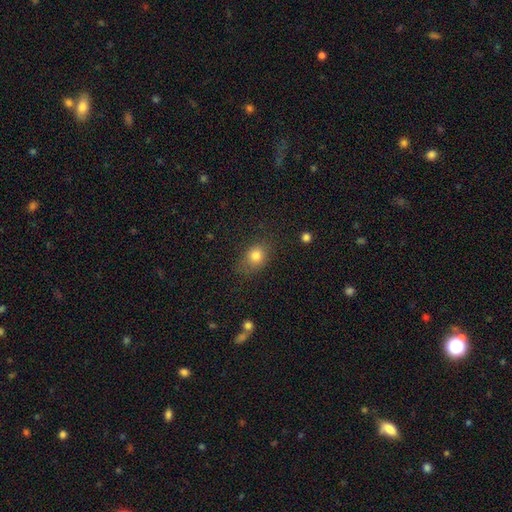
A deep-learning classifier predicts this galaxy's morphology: A smooth galaxy with no disk features (80%) that is in between round and cigar-shaped (51%).

Vote fractions:
- Smooth or featured? smooth: 80% / star or artifact: 11% / featured or disk: 9%
- How rounded? in between: 51% / round: 48% / cigar-shaped: 2%
- Merging? none: 70% / minor disturbance: 20% / major disturbance: 8% / merger: 2%